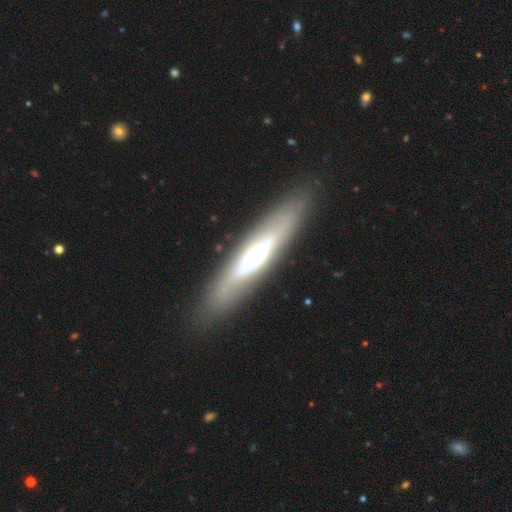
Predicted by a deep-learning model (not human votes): Smooth or featured? Predicted: featured or disk (p=0.59). Edge-on disk? Predicted: yes (p=0.58). Merging? Predicted: none (p=0.86).